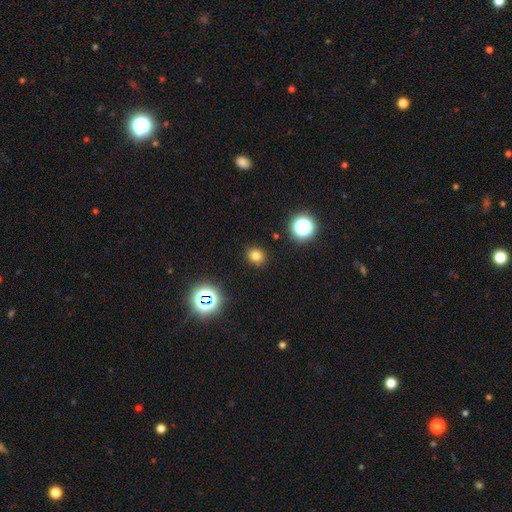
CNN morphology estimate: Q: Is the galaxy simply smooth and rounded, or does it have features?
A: smooth — 76%.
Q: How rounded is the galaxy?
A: round — 83%.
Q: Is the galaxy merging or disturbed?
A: none — 90%.